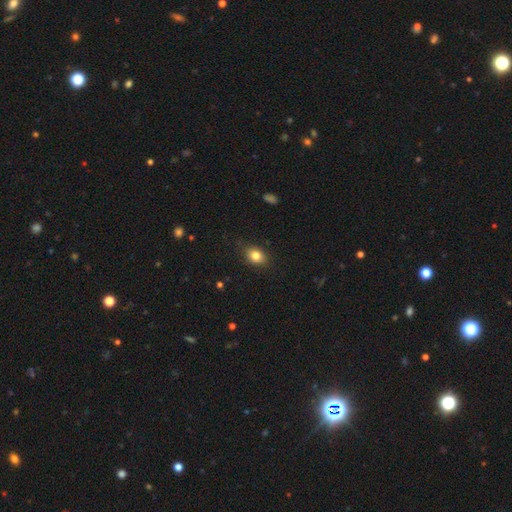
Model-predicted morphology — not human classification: Q: Smooth or featured?
A: smooth (82%); runner-up: star or artifact (10%)
Q: How rounded?
A: in between (60%); runner-up: round (39%)
Q: Merging?
A: none (82%); runner-up: minor disturbance (14%)